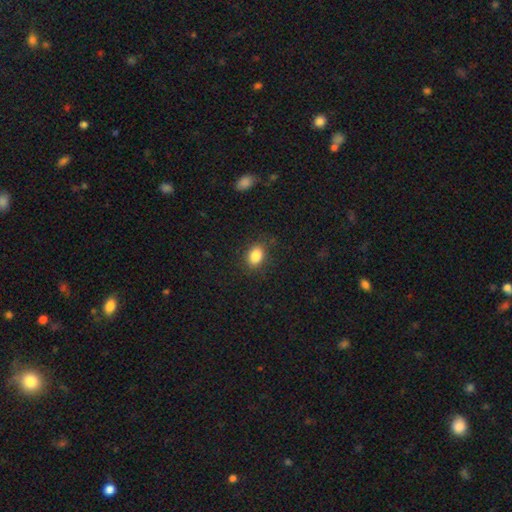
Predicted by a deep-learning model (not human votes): A smooth galaxy with no disk features (85%) that is in between round and cigar-shaped (75%).

Vote fractions:
- Smooth or featured? smooth: 85% / star or artifact: 9% / featured or disk: 5%
- How rounded? in between: 75% / round: 23% / cigar-shaped: 1%
- Merging? none: 84% / minor disturbance: 12% / major disturbance: 4% / merger: 1%